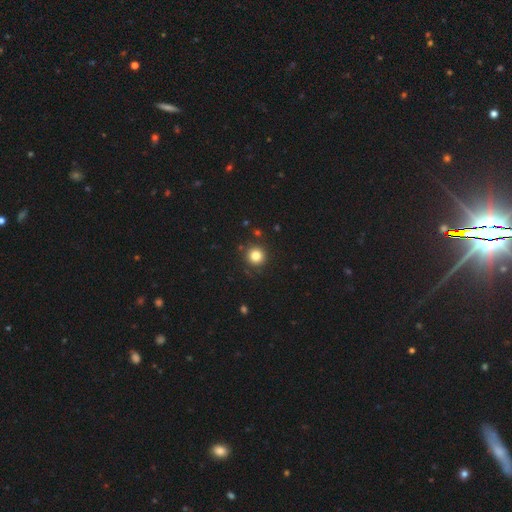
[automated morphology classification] Smooth or featured: smooth — 82% (star or artifact — 12%)
How rounded: round — 95% (in between — 4%)
Merging: none — 88% (minor disturbance — 7%)